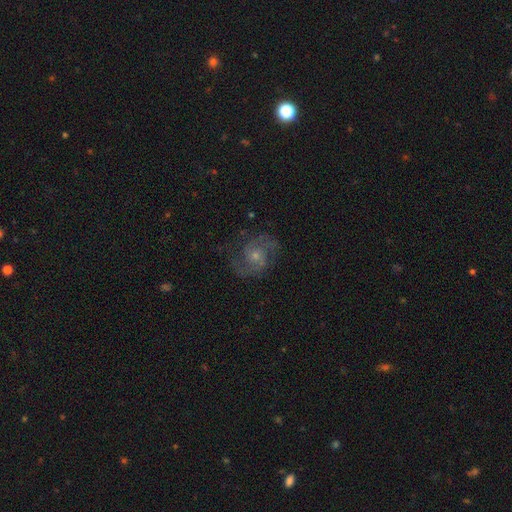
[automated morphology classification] Smooth or featured?
  - featured or disk: 79% *
  - smooth: 12%
  - star or artifact: 8%
Edge-on disk?
  - no: 98% *
  - yes: 2%
Bar?
  - no: 68% *
  - weak: 27%
  - strong: 4%
Spiral arms?
  - yes: 94% *
  - no: 6%
Spiral winding?
  - medium: 54% *
  - tight: 24%
  - loose: 22%
Spiral arm count?
  - 2: 80% *
  - can't tell: 8%
  - 3: 5%
  - 1: 2%
  - 4: 2%
  - more than 4: 2%
Bulge size?
  - small: 60% *
  - moderate: 34%
  - none: 3%
  - large: 2%
  - dominant: 1%
Merging?
  - none: 72% *
  - minor disturbance: 16%
  - major disturbance: 10%
  - merger: 1%